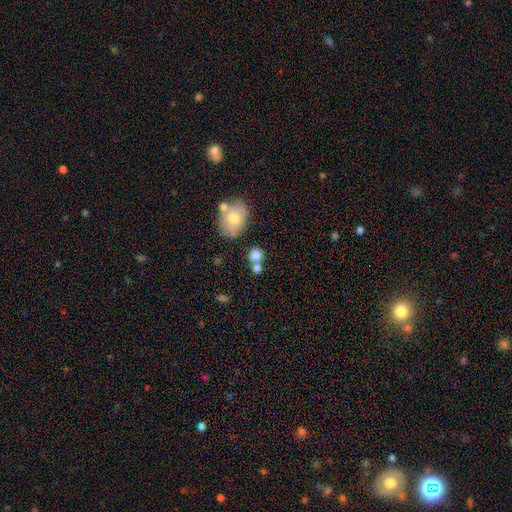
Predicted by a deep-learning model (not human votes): The model was most divided on "merging": none: 51%, merger: 35%, minor disturbance: 10%, major disturbance: 4%. More confident: smooth or featured — smooth (78%); how rounded — round (74%).